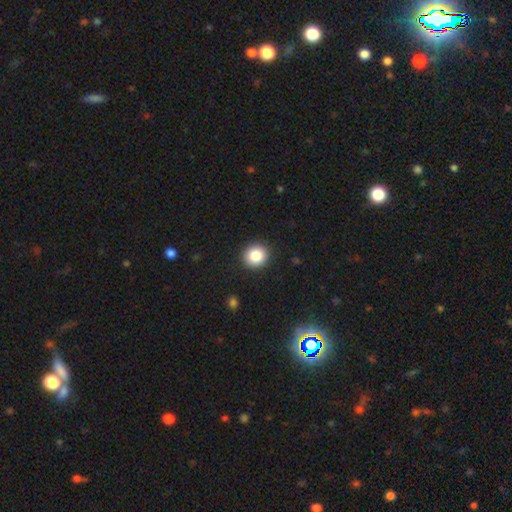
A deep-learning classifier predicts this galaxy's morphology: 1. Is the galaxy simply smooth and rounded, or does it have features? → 86% smooth, 9% star or artifact, 5% featured or disk.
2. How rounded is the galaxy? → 88% round, 11% in between, 1% cigar-shaped.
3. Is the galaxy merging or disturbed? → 91% none, 6% minor disturbance, 2% major disturbance, 1% merger.